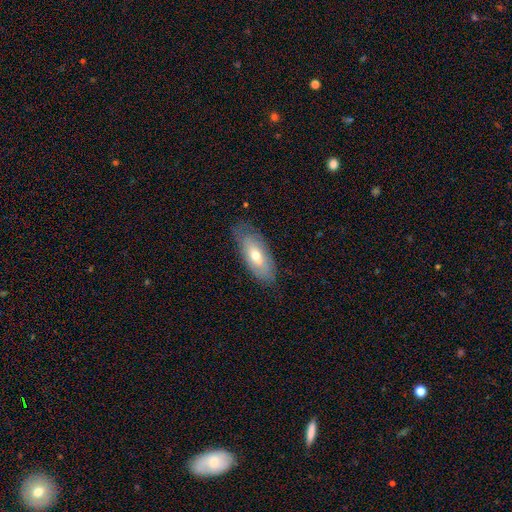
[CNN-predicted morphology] This is likely a smooth galaxy (60%). How rounded: clearly in between (80%). Merging: likely none (77%).